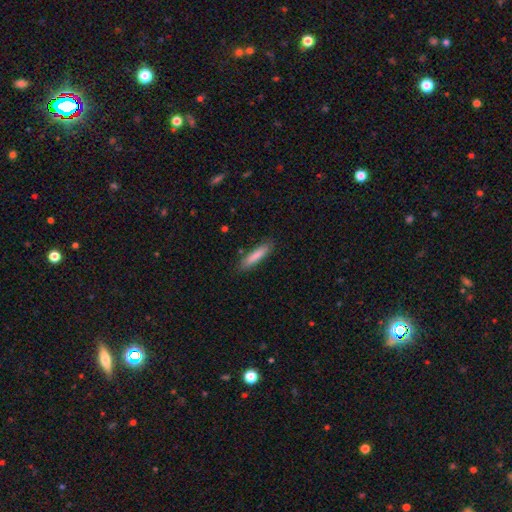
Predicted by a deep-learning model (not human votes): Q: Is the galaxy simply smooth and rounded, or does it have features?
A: smooth — 83%.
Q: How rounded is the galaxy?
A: cigar-shaped — 83%.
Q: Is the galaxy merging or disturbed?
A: none — 85%.